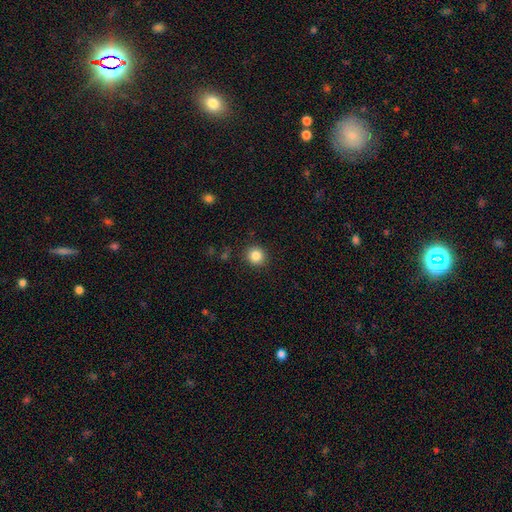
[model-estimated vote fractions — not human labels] Smooth or featured? smooth (85%)
How rounded? round (91%)
Merging? none (90%)